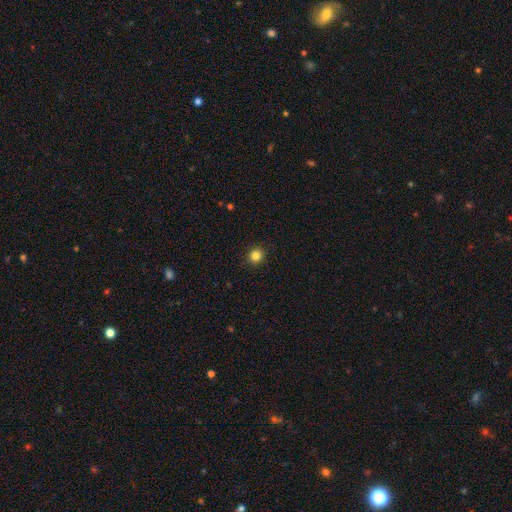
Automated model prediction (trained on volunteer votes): smooth_or_featured: smooth (p=0.84) [alt: star or artifact p=0.12]
how_rounded: round (p=0.93) [alt: in between p=0.06]
merging: none (p=0.93) [alt: minor disturbance p=0.05]